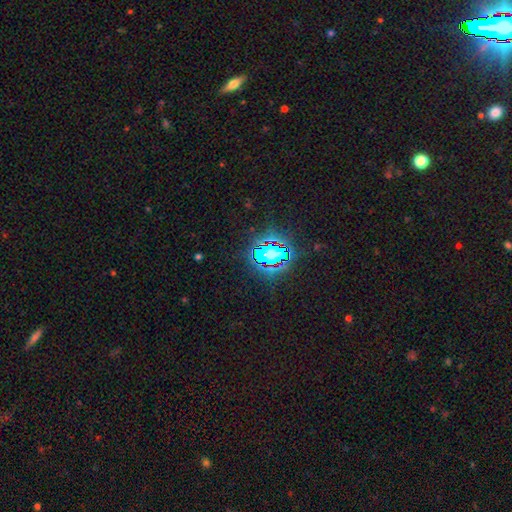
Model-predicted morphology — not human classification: A star or artifact, not a galaxy (81%).